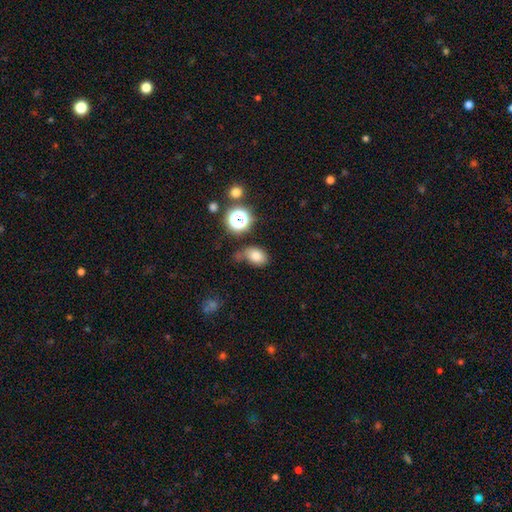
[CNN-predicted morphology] The model was most divided on "merging": none: 53%, minor disturbance: 27%, major disturbance: 10%, merger: 9%. More confident: smooth or featured — smooth (77%); how rounded — in between (71%).